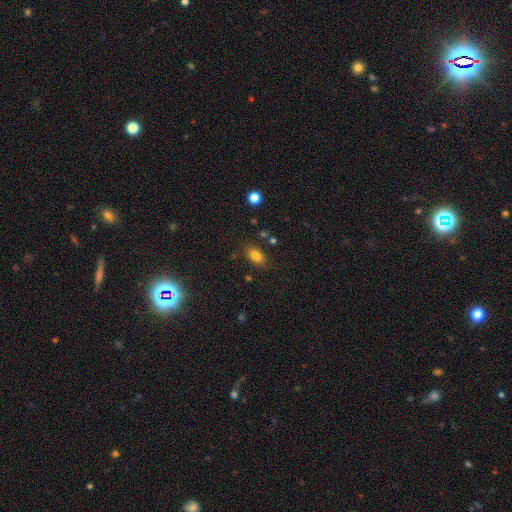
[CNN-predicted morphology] Smooth or featured? Predicted: smooth (p=0.81). How rounded? Predicted: in between (p=0.86). Merging? Predicted: none (p=0.81).